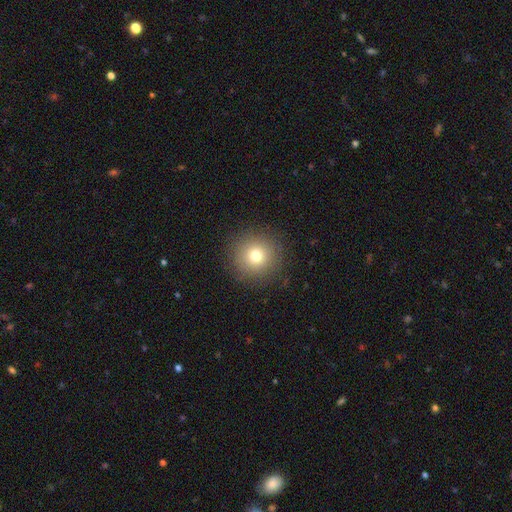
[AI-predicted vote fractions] Smooth or featured? Predicted: smooth (p=0.75). How rounded? Predicted: round (p=0.95). Merging? Predicted: none (p=0.89).